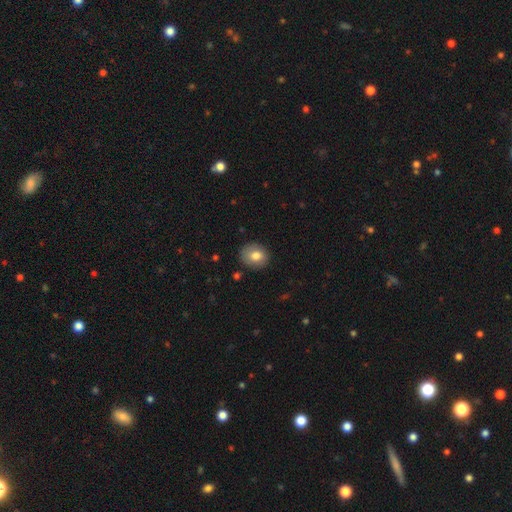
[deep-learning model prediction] Smooth or featured? Predicted: smooth (p=0.78). How rounded? Predicted: round (p=0.67). Merging? Predicted: none (p=0.85).